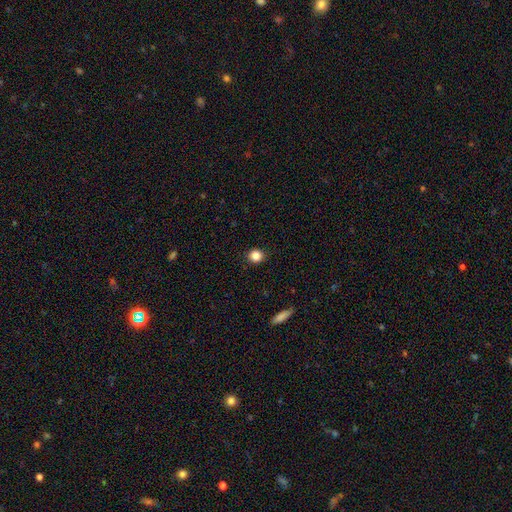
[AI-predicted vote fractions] Smooth or featured: smooth — 85% (star or artifact — 11%)
How rounded: round — 86% (in between — 13%)
Merging: none — 90% (minor disturbance — 7%)